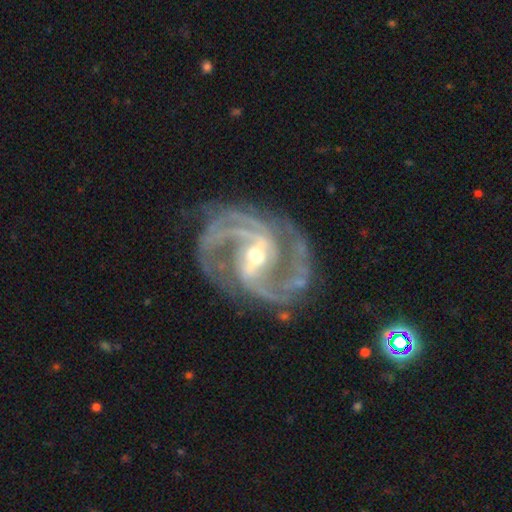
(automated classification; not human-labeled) Q: Smooth or featured?
A: featured or disk (93%); runner-up: star or artifact (5%)
Q: Edge-on disk?
A: no (98%); runner-up: yes (2%)
Q: Bar?
A: strong (57%); runner-up: weak (33%)
Q: Spiral arms?
A: yes (98%); runner-up: no (2%)
Q: Spiral winding?
A: medium (62%); runner-up: tight (22%)
Q: Spiral arm count?
A: 2 (82%); runner-up: 3 (8%)
Q: Bulge size?
A: moderate (51%); runner-up: small (44%)
Q: Merging?
A: none (74%); runner-up: minor disturbance (15%)